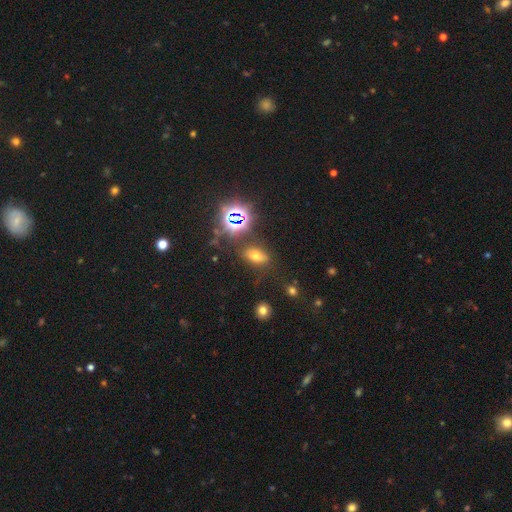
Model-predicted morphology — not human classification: Smooth or featured?
  - smooth: 54% *
  - star or artifact: 33%
  - featured or disk: 13%
How rounded?
  - in between: 80% *
  - round: 13%
  - cigar-shaped: 7%
Merging?
  - none: 77% *
  - minor disturbance: 13%
  - major disturbance: 6%
  - merger: 5%